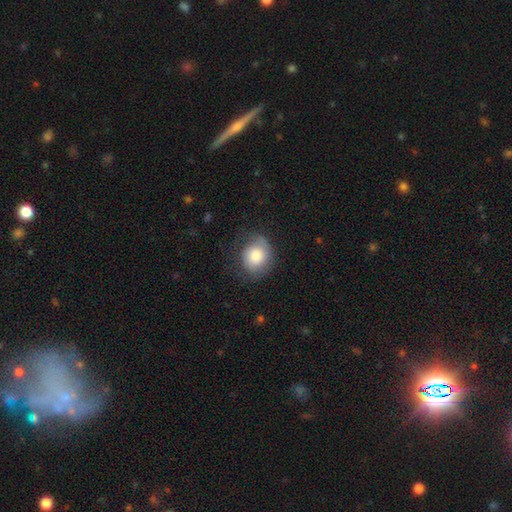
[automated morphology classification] Smooth or featured?
  - smooth: 73% *
  - featured or disk: 19%
  - star or artifact: 7%
How rounded?
  - round: 72% *
  - in between: 27%
  - cigar-shaped: 1%
Merging?
  - none: 62% *
  - minor disturbance: 24%
  - major disturbance: 12%
  - merger: 1%